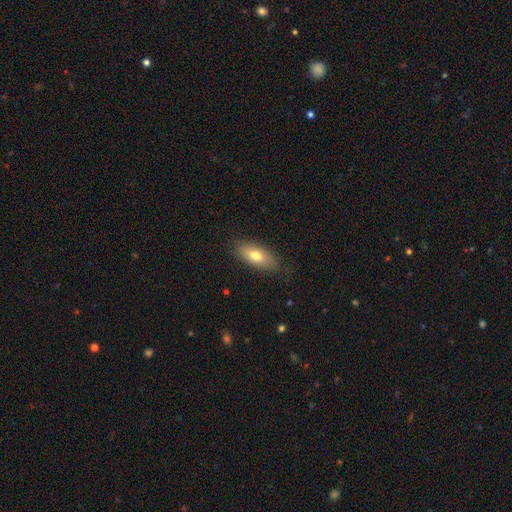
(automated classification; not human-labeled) The model was most divided on "smooth or featured": smooth: 72%, featured or disk: 21%, star or artifact: 7%. More confident: merging — none (84%); how rounded — in between (79%).